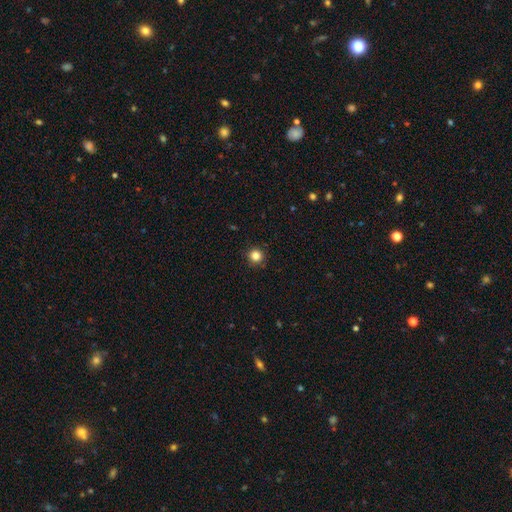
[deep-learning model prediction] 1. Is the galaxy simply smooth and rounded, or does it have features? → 84% smooth, 12% star or artifact, 4% featured or disk.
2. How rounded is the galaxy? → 95% round, 4% in between, 1% cigar-shaped.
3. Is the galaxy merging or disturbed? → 91% none, 6% minor disturbance, 2% major disturbance, 1% merger.